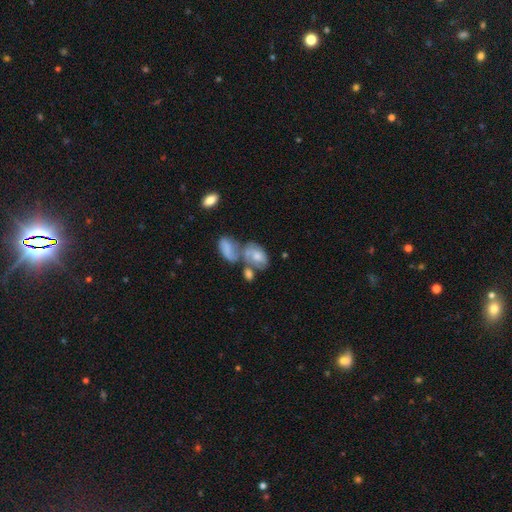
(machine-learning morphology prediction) The model was most divided on "smooth or featured": smooth: 51%, featured or disk: 41%, star or artifact: 8%. Remaining: how rounded — in between (87%); merging — merger (48%).